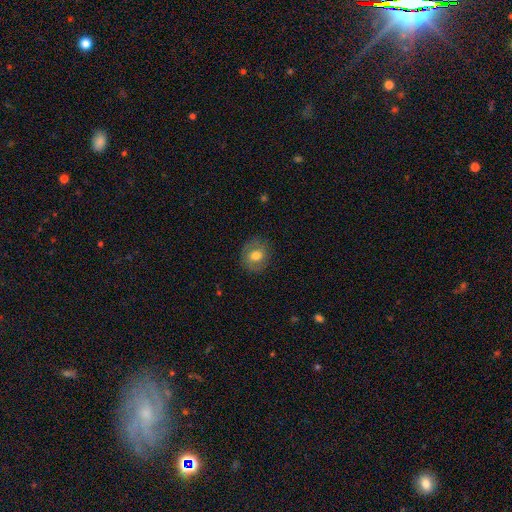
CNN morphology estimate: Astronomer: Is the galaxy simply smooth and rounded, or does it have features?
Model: smooth — 69%.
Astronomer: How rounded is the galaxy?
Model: round — 72%.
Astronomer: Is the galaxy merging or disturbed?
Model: none — 83%.